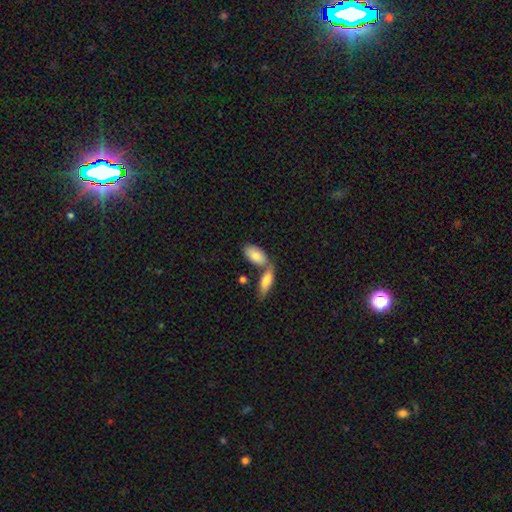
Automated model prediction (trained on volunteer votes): Overall: smooth (82%). How rounded: in between (91%). Merging: none (45%; merger 40%).